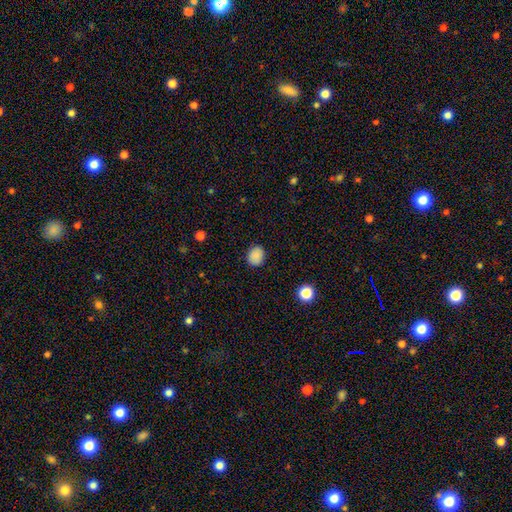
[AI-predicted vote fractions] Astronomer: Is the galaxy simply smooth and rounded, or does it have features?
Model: smooth — 86%.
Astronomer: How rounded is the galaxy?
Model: round — 54% (runner-up: in between, 46%).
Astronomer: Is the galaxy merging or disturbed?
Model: none — 86%.